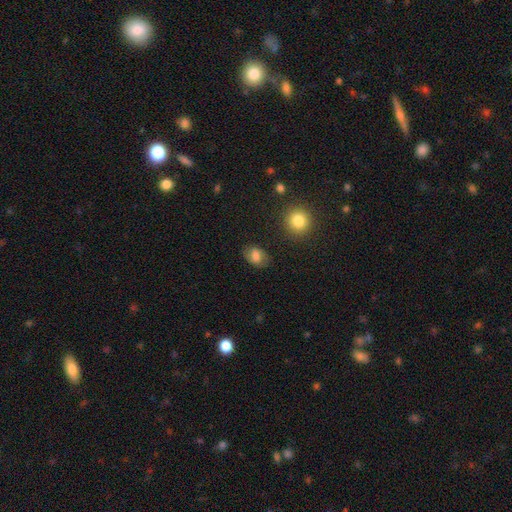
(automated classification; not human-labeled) smooth 74%, featured or disk 16%, star or artifact 10%. Down the decision tree: how rounded — in between (79%); merging — none (77%).